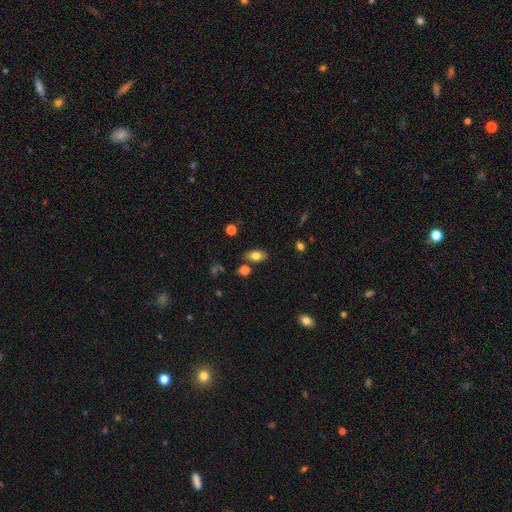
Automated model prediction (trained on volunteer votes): Smooth or featured?
  - smooth: 78% *
  - featured or disk: 13%
  - star or artifact: 9%
How rounded?
  - in between: 89% *
  - round: 7%
  - cigar-shaped: 4%
Merging?
  - none: 80% *
  - minor disturbance: 12%
  - merger: 6%
  - major disturbance: 3%